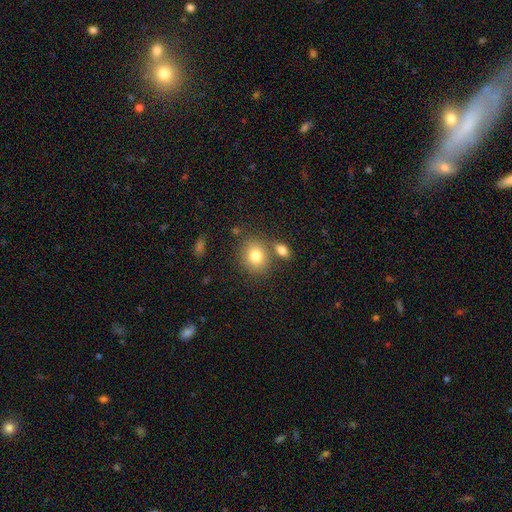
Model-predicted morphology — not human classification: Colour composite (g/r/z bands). It shows a smooth galaxy with no disk features (80%) that is round (67%). Merging: none (65%).